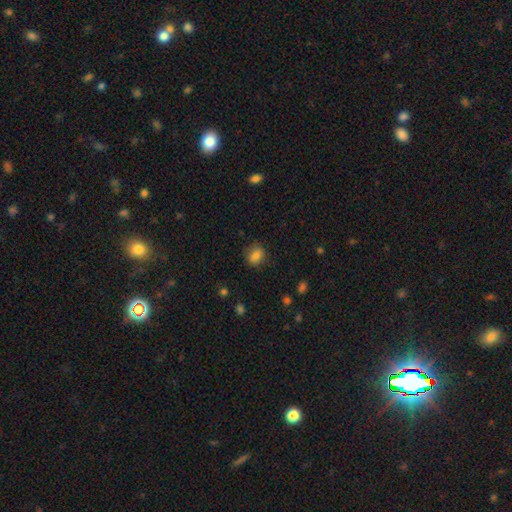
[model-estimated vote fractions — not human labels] Overall: smooth (83%). How rounded: in between (51%; round 47%). Merging: none (82%).